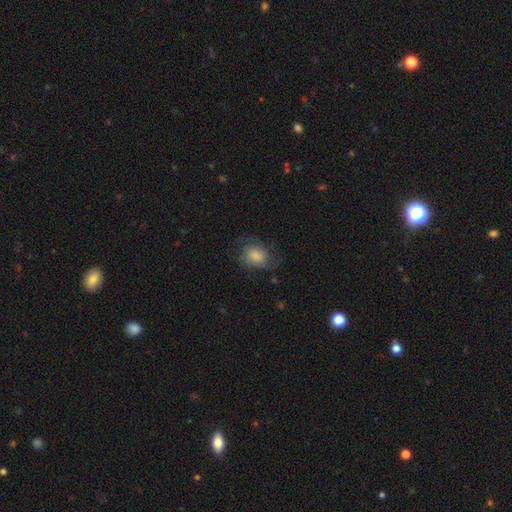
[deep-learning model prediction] Smooth or featured?
  - smooth: 65% *
  - featured or disk: 26%
  - star or artifact: 9%
How rounded?
  - in between: 52% *
  - round: 47%
  - cigar-shaped: 1%
Merging?
  - none: 57% *
  - minor disturbance: 24%
  - major disturbance: 17%
  - merger: 1%